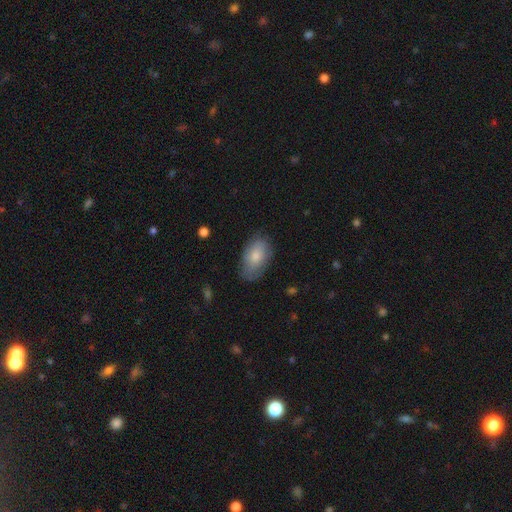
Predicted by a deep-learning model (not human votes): A smooth galaxy with no disk features (70%) that is in between round and cigar-shaped (92%). Merging: none (70%).